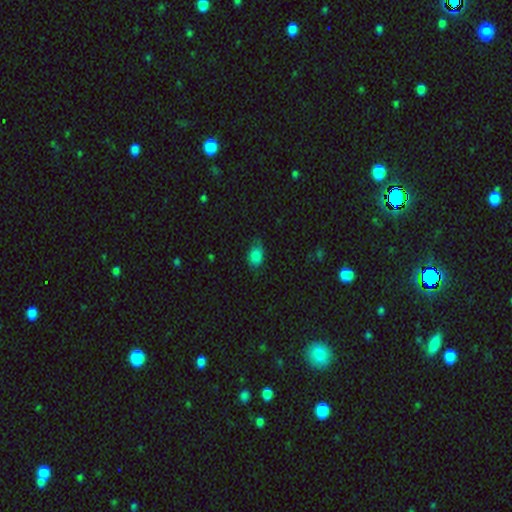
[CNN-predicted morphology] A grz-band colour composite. It shows a smooth galaxy with no disk features (81%) that is in between round and cigar-shaped (76%). Merging: none (57%).